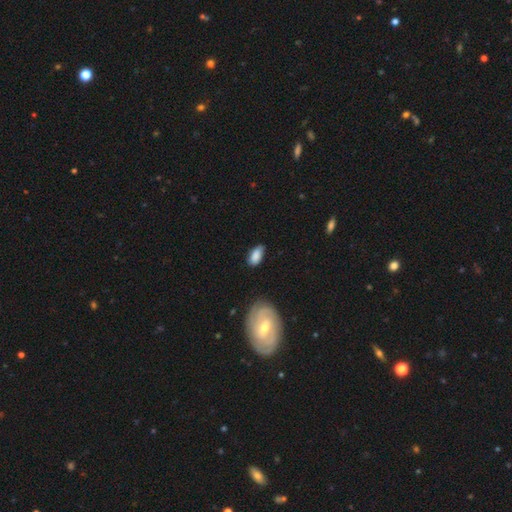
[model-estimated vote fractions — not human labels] This appears to be a smooth galaxy with no disk features (82%) that is in between round and cigar-shaped (91%). Merging: none (67%).